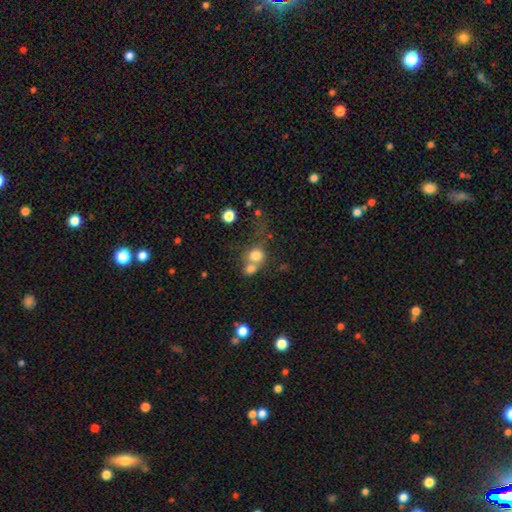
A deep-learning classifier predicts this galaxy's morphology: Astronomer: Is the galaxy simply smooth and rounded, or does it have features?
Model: smooth — 75%.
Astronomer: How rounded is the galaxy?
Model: round — 77%.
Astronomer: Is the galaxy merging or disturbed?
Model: merger — 51% (runner-up: none, 34%).